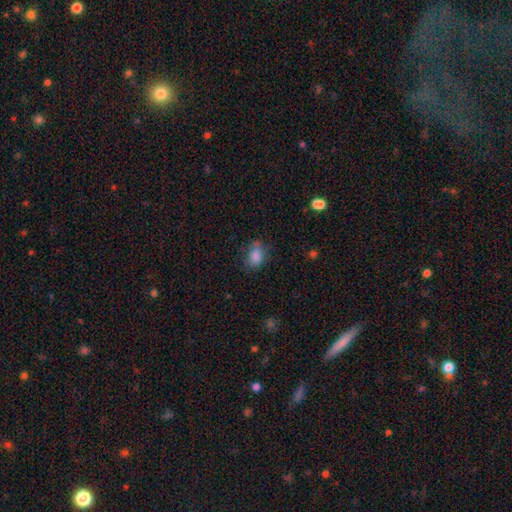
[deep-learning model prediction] Overall: smooth (82%). How rounded: in between (80%). Merging: none (62%; minor disturbance 26%).